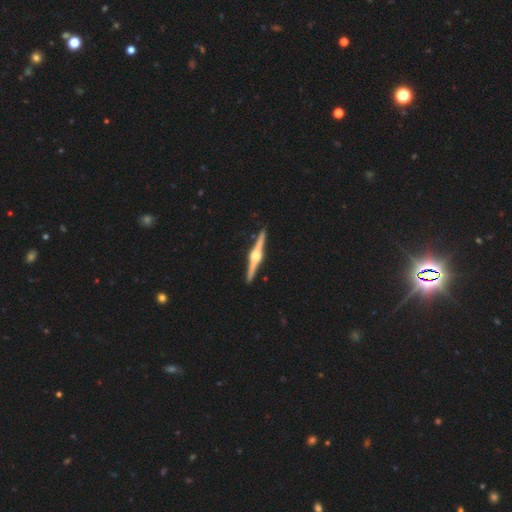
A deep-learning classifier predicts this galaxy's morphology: A featured or disk galaxy (88%) viewed edge-on (99%) with a rounded central bulge (95%).

Vote fractions:
- Smooth or featured? featured or disk: 88% / smooth: 8% / star or artifact: 4%
- Edge-on disk? yes: 99% / no: 1%
- Edge-on bulge? rounded: 95% / boxy: 3% / none: 1%
- Merging? none: 92% / minor disturbance: 5% / major disturbance: 1% / merger: 1%